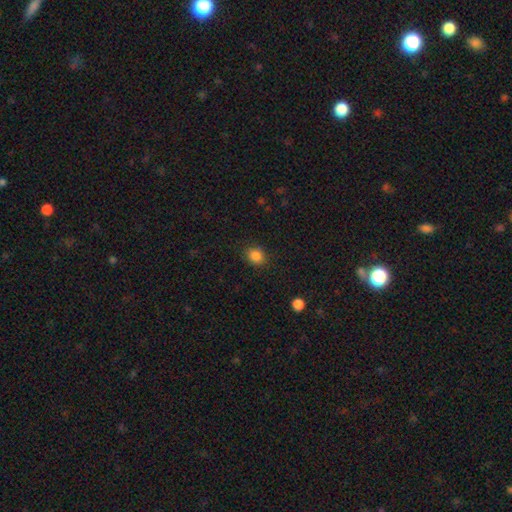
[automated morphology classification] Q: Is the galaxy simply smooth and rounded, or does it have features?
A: smooth — 86%.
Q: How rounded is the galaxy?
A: round — 62%.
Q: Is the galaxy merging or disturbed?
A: none — 86%.